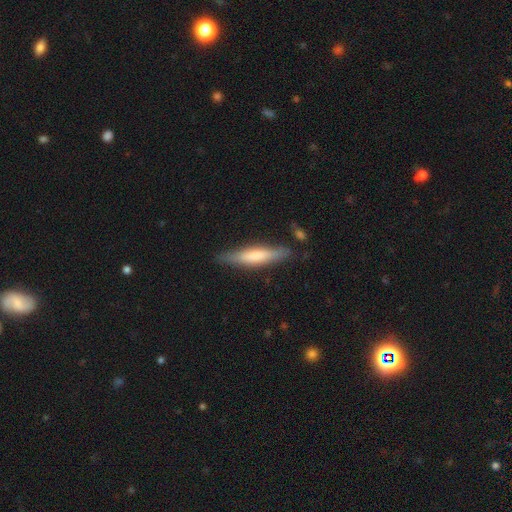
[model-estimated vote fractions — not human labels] smooth 60%, featured or disk 35%, star or artifact 5%. Down the decision tree: how rounded — cigar-shaped (86%); merging — none (81%).